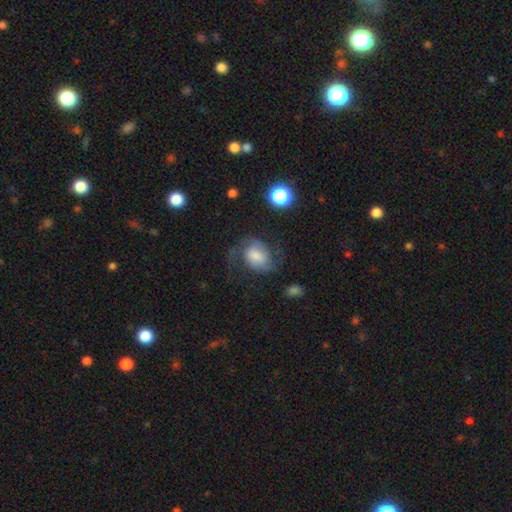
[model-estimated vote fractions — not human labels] This is likely a featured or disk galaxy (67%). It is clearly not viewed edge-on (98%). Bar: possibly no (46%). Spiral arm pattern: clearly yes (93%). Spiral arm count: clearly 2 (87%). Spiral winding: possibly medium (48%). Central bulge: marginally moderate (36%). Merging: likely none (60%).